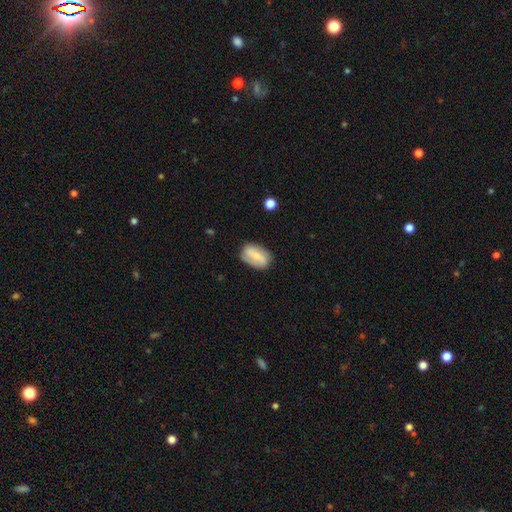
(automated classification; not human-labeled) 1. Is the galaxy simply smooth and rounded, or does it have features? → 58% smooth, 35% featured or disk, 7% star or artifact.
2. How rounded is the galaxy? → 89% in between, 9% round, 2% cigar-shaped.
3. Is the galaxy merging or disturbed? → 76% none, 18% minor disturbance, 4% major disturbance, 2% merger.